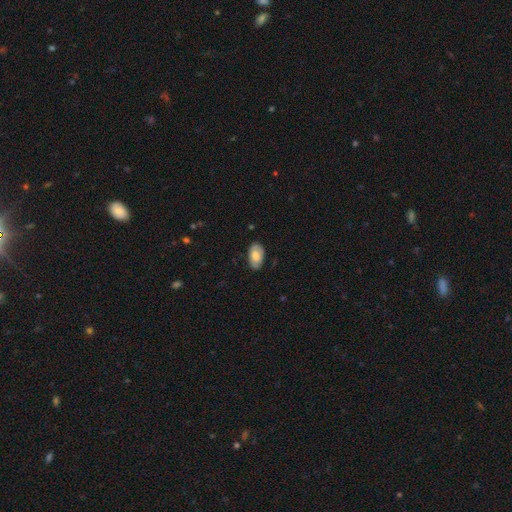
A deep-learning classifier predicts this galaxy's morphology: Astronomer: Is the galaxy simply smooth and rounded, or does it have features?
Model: smooth — 68%.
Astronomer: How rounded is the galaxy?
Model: in between — 94%.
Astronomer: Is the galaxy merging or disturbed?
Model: none — 82%.